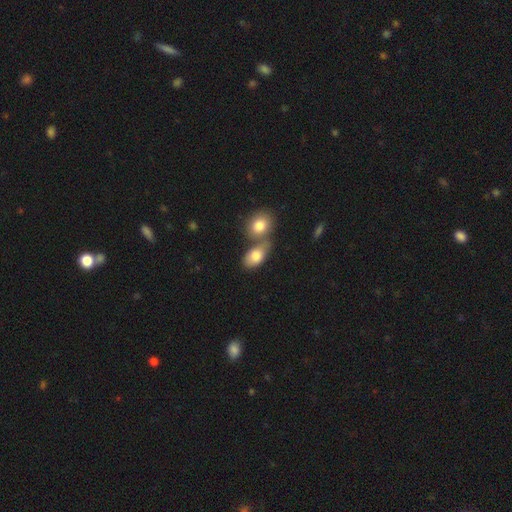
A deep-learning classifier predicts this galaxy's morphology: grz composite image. It shows a smooth galaxy with no disk features (82%) that is in between round and cigar-shaped (85%). Merging: merger (56%).